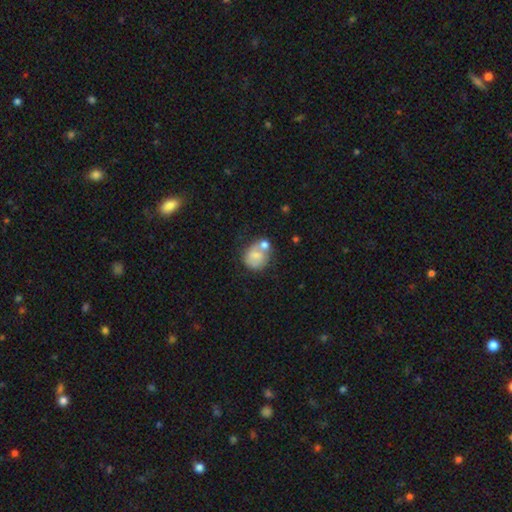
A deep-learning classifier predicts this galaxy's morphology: smooth-or-featured: smooth: 62% | featured or disk: 31% | star or artifact: 8%
  how-rounded: round: 72% | in between: 27% | cigar-shaped: 1%
  merging: merger: 42% | none: 34% | minor disturbance: 17% | major disturbance: 7%